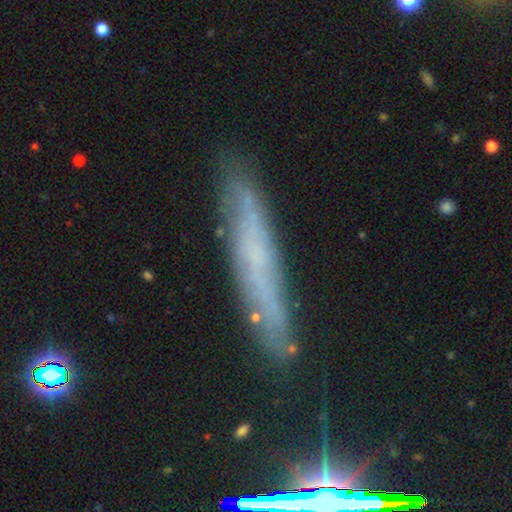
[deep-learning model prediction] Smooth or featured? featured or disk (53%)
Edge-on disk? yes (80%)
Merging? none (80%)